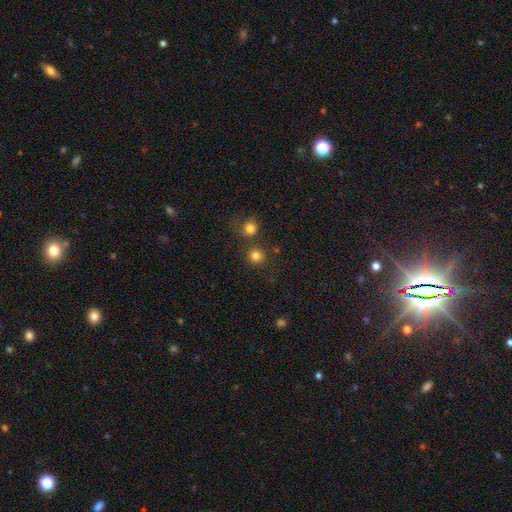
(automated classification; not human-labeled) Smooth or featured? smooth (80%)
How rounded? round (93%)
Merging? none (77%)